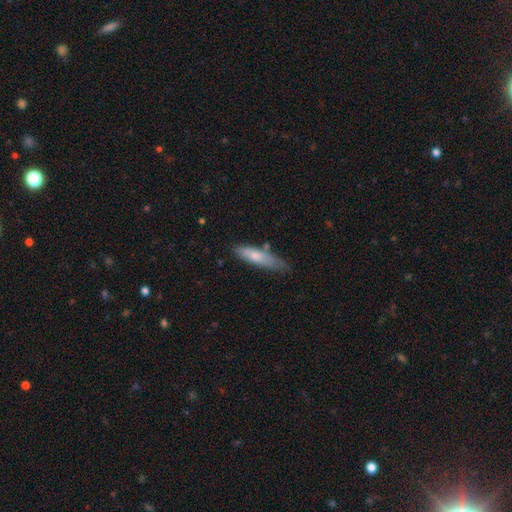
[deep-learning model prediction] This appears to be a smooth galaxy with no disk features (71%) that is cigar-shaped (67%). Merging: none (61%).